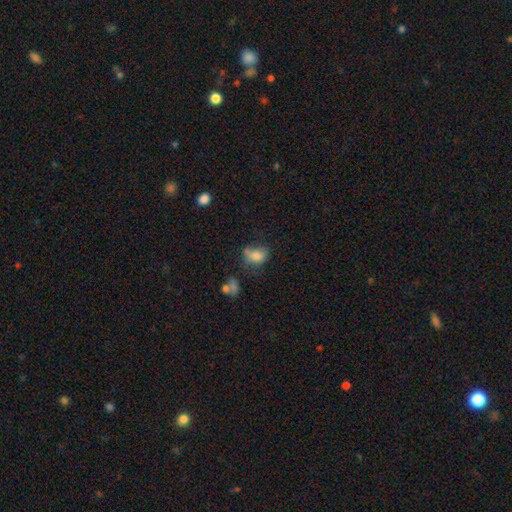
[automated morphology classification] type=smooth (73%); roundness=in between (69%); merging=none (37%).